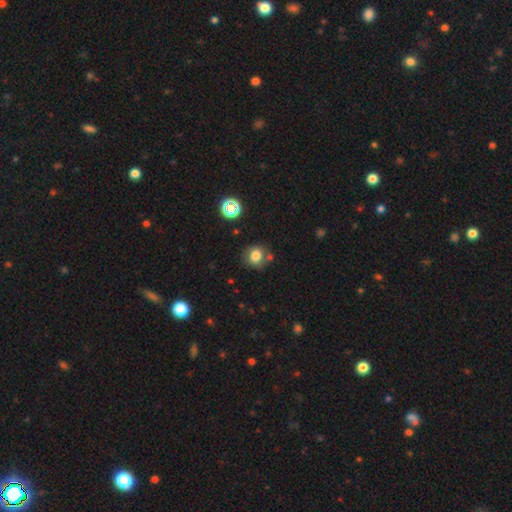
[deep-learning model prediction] Morphology: type=smooth (78%); roundness=round (84%); merging=none (74%).